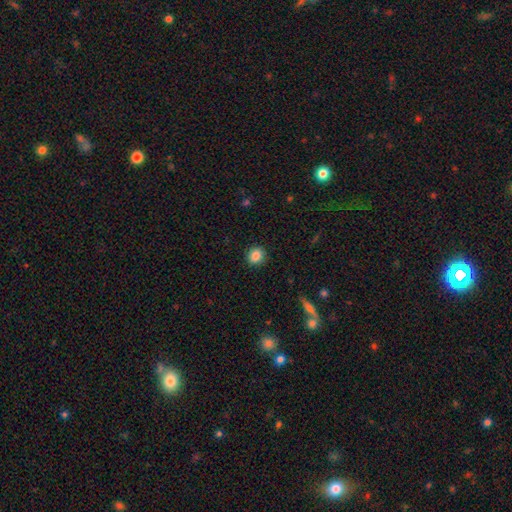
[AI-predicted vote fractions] Q: Smooth or featured?
A: smooth (85%); runner-up: star or artifact (10%)
Q: How rounded?
A: round (81%); runner-up: in between (18%)
Q: Merging?
A: none (90%); runner-up: minor disturbance (7%)